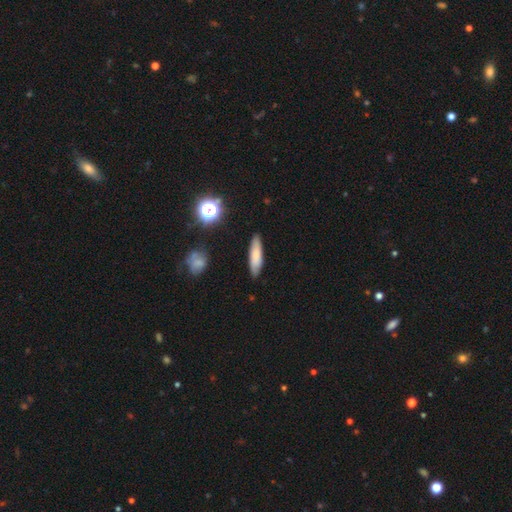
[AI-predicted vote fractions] Smooth or featured?
  - smooth: 77% *
  - featured or disk: 15%
  - star or artifact: 8%
How rounded?
  - cigar-shaped: 67% *
  - in between: 31%
  - round: 2%
Merging?
  - none: 86% *
  - minor disturbance: 10%
  - major disturbance: 2%
  - merger: 1%